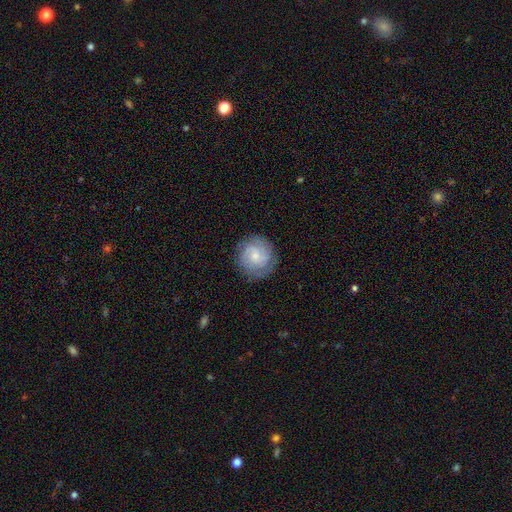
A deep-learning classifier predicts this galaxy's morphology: Overall: featured or disk (57%; smooth 36%). Edge-on disk: no (98%). Bar: no (61%; weak 35%). Spiral arms: yes (91%). Spiral arm count: 2 (44%; can't tell 27%). Spiral winding: tight (54%; medium 35%). Bulge size: small (60%; moderate 30%). Merging: none (83%).